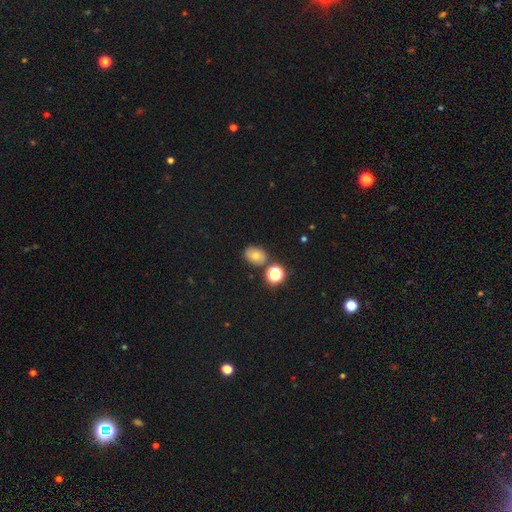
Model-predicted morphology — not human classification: smooth_or_featured: smooth (p=0.58) [alt: star or artifact p=0.26]
how_rounded: round (p=0.51) [alt: in between p=0.48]
merging: none (p=0.78) [alt: minor disturbance p=0.11]